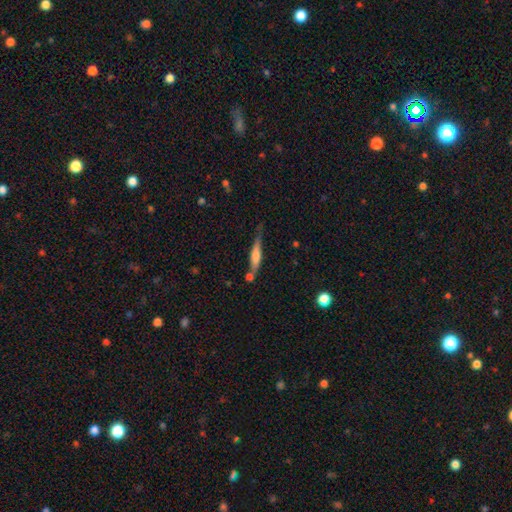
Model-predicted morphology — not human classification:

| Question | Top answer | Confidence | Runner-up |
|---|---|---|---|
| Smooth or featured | featured or disk | 49% | smooth (44%) |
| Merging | none | 55% | minor disturbance (21%) |